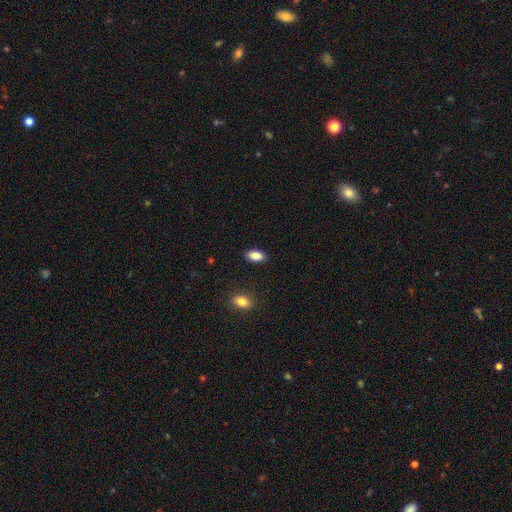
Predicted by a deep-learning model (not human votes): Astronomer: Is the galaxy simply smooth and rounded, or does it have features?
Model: smooth — 88%.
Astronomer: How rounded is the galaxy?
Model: in between — 92%.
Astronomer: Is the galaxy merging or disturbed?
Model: none — 88%.